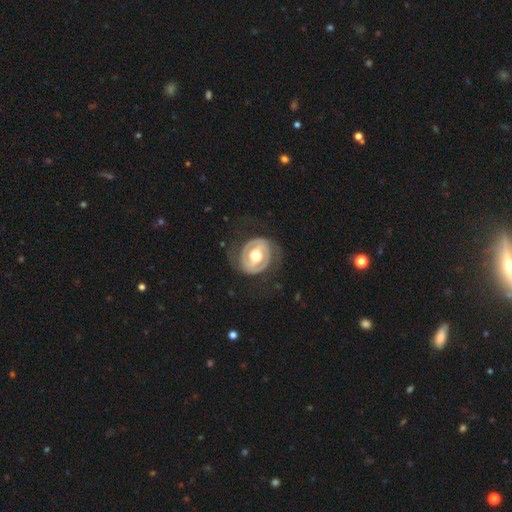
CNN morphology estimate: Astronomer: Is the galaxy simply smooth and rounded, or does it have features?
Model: featured or disk — 79%.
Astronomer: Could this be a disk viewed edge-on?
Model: no — 97%.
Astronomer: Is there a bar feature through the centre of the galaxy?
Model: no — 37%, tied with weak at 37%.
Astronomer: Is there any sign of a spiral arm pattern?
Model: yes — 76%.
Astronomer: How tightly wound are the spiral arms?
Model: tight — 55% (runner-up: medium, 31%).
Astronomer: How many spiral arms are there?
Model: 2 — 80%.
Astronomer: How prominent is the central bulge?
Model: moderate — 68%.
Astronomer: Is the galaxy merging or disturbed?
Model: none — 71%.